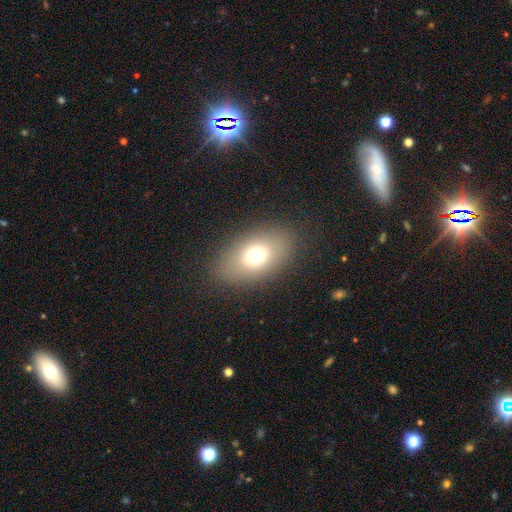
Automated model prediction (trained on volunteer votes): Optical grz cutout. It shows a smooth galaxy with no disk features (70%) that is in between round and cigar-shaped (85%). Merging: none (85%).